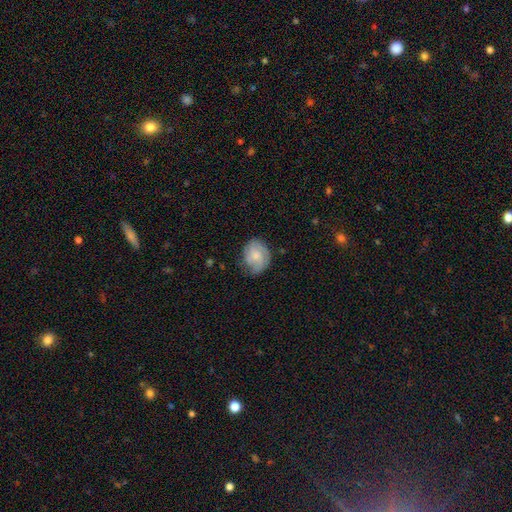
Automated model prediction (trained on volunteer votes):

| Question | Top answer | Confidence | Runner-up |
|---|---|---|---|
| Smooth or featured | smooth | 51% | featured or disk (42%) |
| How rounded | round | 52% | in between (47%) |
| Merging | none | 65% | minor disturbance (26%) |